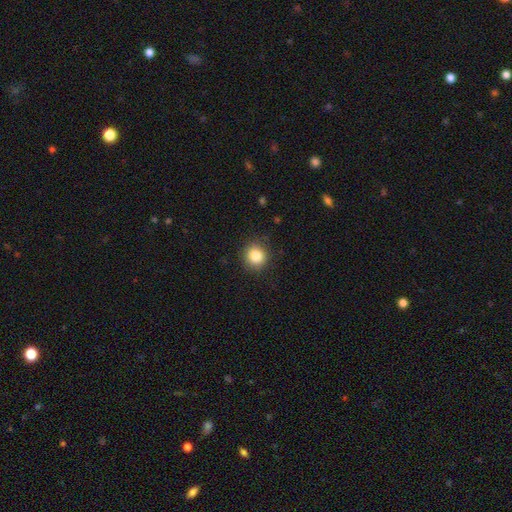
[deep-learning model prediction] Smooth or featured? Predicted: smooth (p=0.84). How rounded? Predicted: round (p=0.89). Merging? Predicted: none (p=0.89).